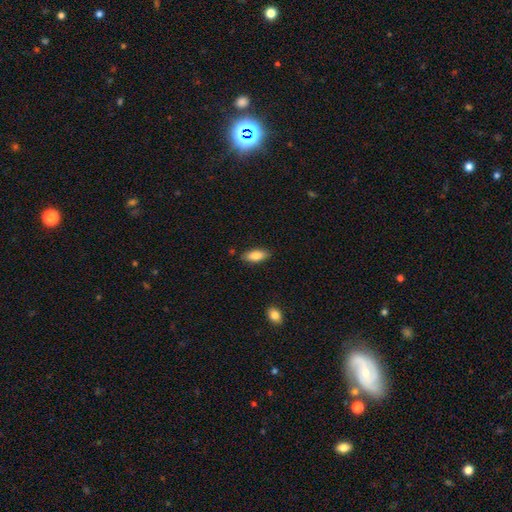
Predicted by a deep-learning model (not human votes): Smooth or featured?
  - smooth: 84% *
  - featured or disk: 10%
  - star or artifact: 6%
How rounded?
  - in between: 79% *
  - cigar-shaped: 19%
  - round: 2%
Merging?
  - none: 85% *
  - minor disturbance: 11%
  - major disturbance: 2%
  - merger: 2%